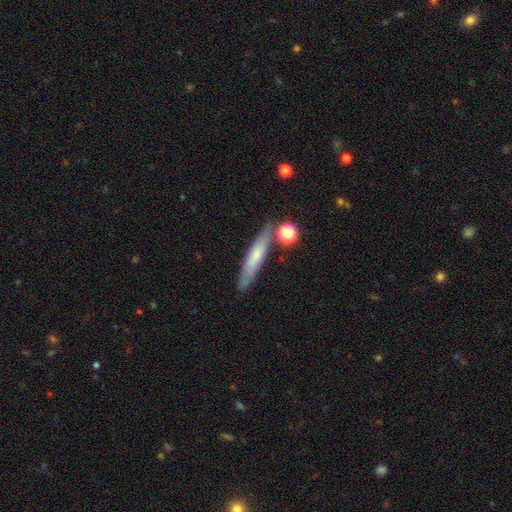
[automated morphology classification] A smooth galaxy with no disk features (57%) that is cigar-shaped (88%).

Vote fractions:
- Smooth or featured? smooth: 57% / featured or disk: 35% / star or artifact: 8%
- How rounded? cigar-shaped: 88% / in between: 10% / round: 2%
- Merging? none: 74% / minor disturbance: 14% / merger: 8% / major disturbance: 4%